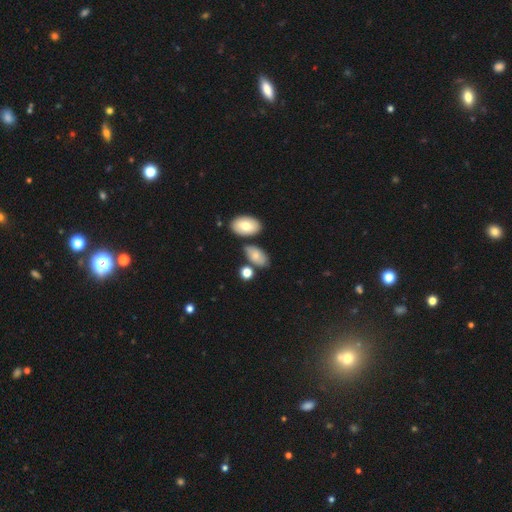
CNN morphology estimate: smooth_or_featured: smooth (p=0.78) [alt: featured or disk p=0.13]
how_rounded: in between (p=0.88) [alt: round p=0.10]
merging: none (p=0.66) [alt: minor disturbance p=0.17]